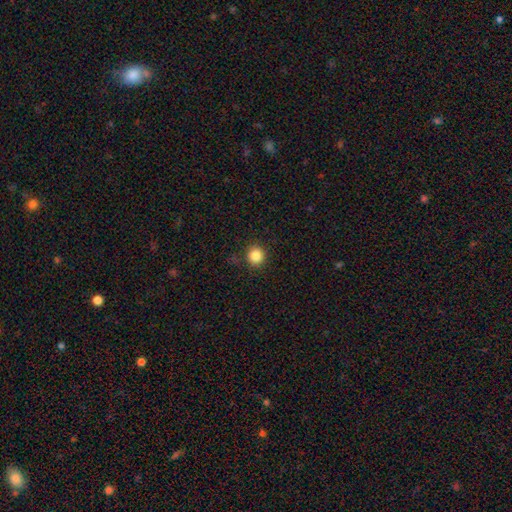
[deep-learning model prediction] Q: Smooth or featured?
A: smooth (85%); runner-up: star or artifact (11%)
Q: How rounded?
A: round (92%); runner-up: in between (7%)
Q: Merging?
A: none (89%); runner-up: minor disturbance (8%)